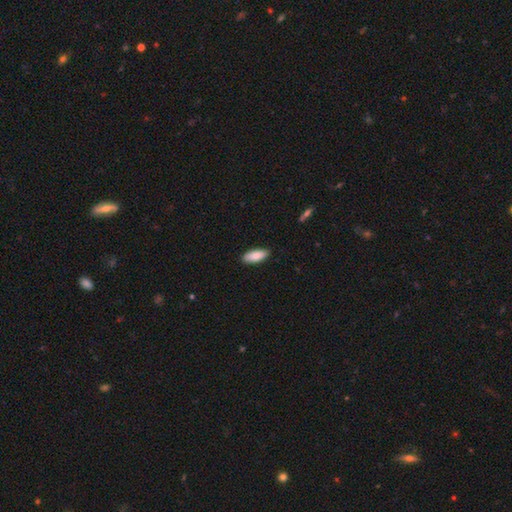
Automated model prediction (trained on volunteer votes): Smooth or featured? Predicted: smooth (p=0.87). How rounded? Predicted: in between (p=0.79). Merging? Predicted: none (p=0.88).